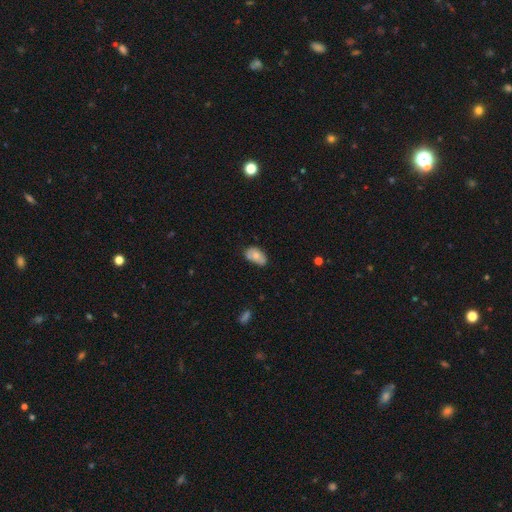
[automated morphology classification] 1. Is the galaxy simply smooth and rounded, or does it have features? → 66% smooth, 26% featured or disk, 7% star or artifact.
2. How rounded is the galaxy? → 92% in between, 6% round, 2% cigar-shaped.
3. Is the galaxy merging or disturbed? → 61% none, 31% minor disturbance, 6% major disturbance, 3% merger.